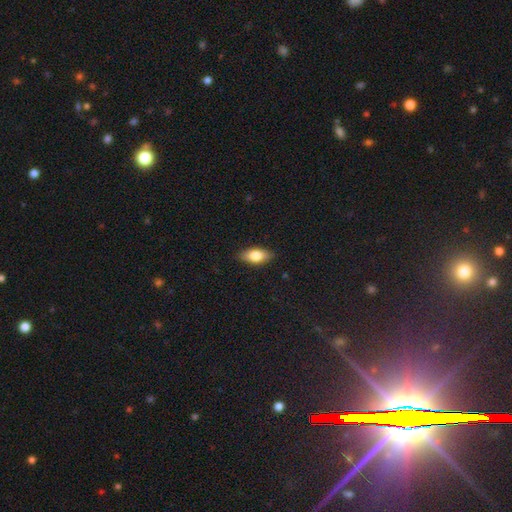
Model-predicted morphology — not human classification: smooth-or-featured: smooth: 77% | featured or disk: 16% | star or artifact: 7%
  how-rounded: in between: 87% | cigar-shaped: 9% | round: 4%
  merging: none: 86% | minor disturbance: 11% | major disturbance: 2% | merger: 1%